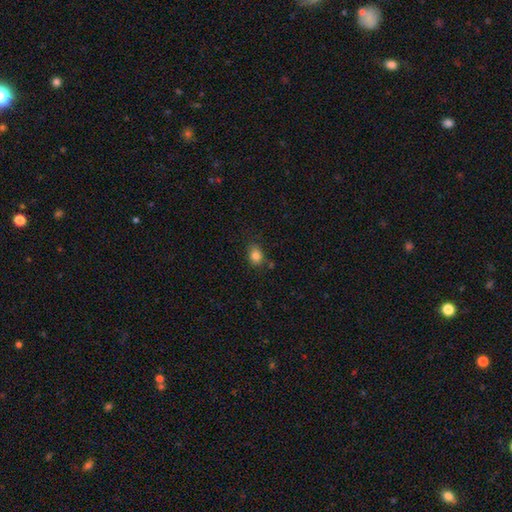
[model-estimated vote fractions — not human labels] Smooth or featured: smooth — 84% (star or artifact — 10%)
How rounded: in between — 61% (round — 37%)
Merging: none — 73% (minor disturbance — 18%)